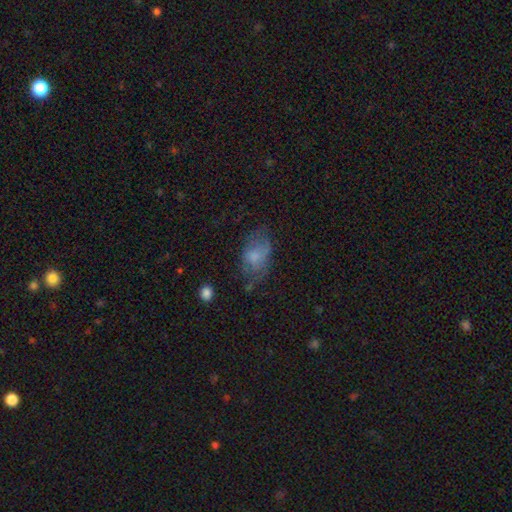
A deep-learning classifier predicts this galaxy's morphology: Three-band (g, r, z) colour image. It shows a smooth galaxy with no disk features (60%) that is in between round and cigar-shaped (87%). Merging: none (47%).